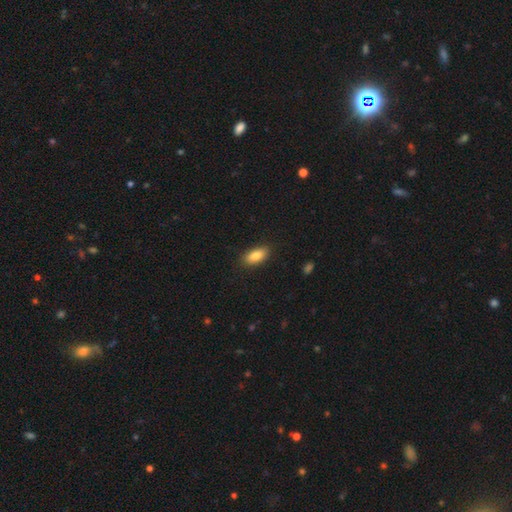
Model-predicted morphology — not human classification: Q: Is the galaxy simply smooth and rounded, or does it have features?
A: smooth — 86%.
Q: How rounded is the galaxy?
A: in between — 88%.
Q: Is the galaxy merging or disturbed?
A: none — 86%.